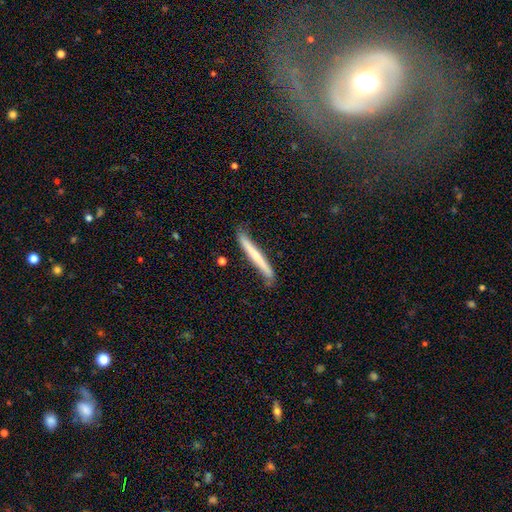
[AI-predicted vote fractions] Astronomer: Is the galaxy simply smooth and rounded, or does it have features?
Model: smooth — 52% (runner-up: featured or disk, 42%).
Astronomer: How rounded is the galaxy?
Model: cigar-shaped — 97%.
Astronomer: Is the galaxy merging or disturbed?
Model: none — 79%.